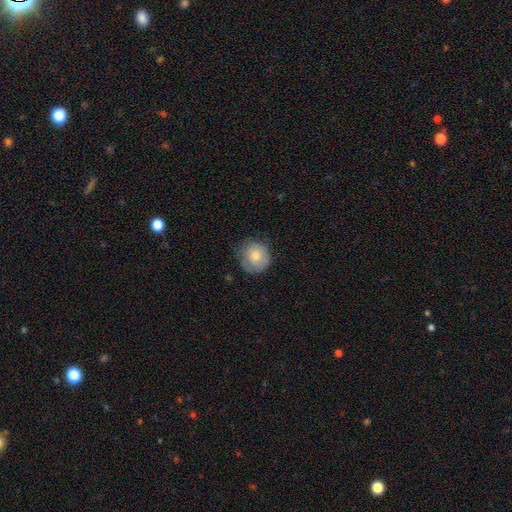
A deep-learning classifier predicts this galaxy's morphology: Q: Smooth or featured?
A: smooth (73%); runner-up: featured or disk (20%)
Q: How rounded?
A: round (87%); runner-up: in between (12%)
Q: Merging?
A: none (66%); runner-up: minor disturbance (25%)